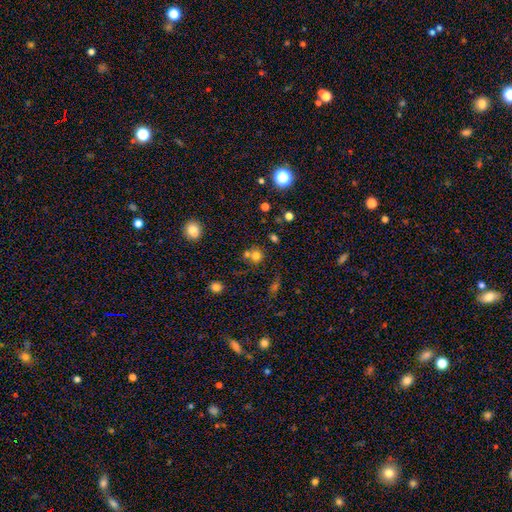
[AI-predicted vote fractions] smooth 71%, star or artifact 19%, featured or disk 10%. Down the decision tree: how rounded — round (86%); merging — none (57%).